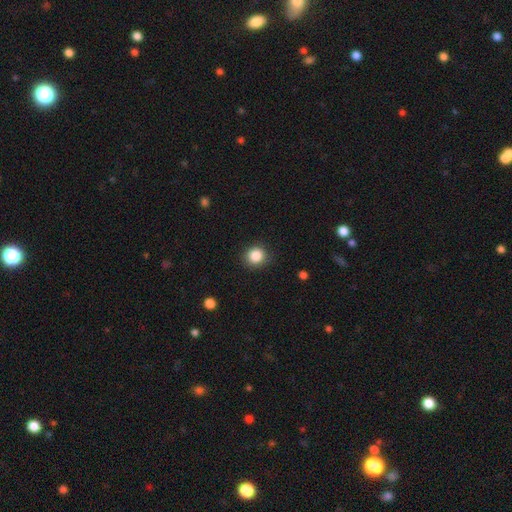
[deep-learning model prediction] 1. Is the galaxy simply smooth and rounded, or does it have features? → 86% smooth, 10% star or artifact, 4% featured or disk.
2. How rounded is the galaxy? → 87% round, 12% in between, 1% cigar-shaped.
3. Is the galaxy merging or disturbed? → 87% none, 9% minor disturbance, 3% major disturbance, 1% merger.